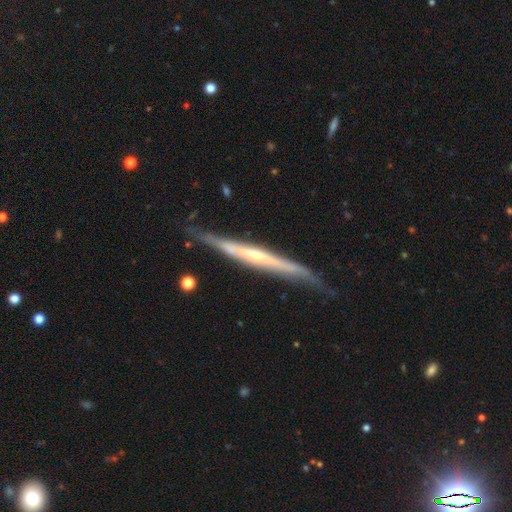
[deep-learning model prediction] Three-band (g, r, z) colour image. It shows a featured or disk galaxy (76%) viewed edge-on (94%) with a rounded central bulge (48%). Merging: none (73%).